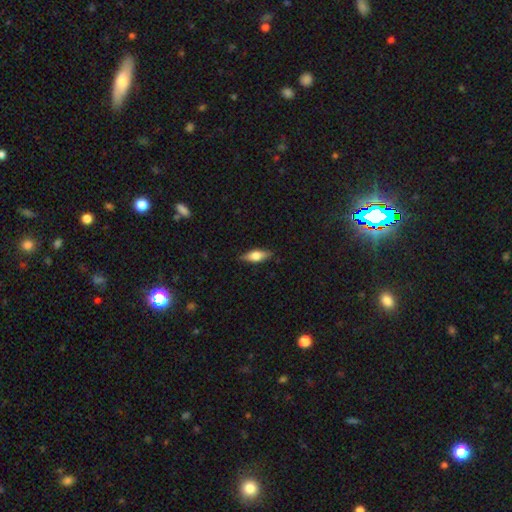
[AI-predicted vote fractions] Q: Smooth or featured?
A: smooth (56%); runner-up: featured or disk (37%)
Q: How rounded?
A: in between (64%); runner-up: cigar-shaped (33%)
Q: Merging?
A: none (85%); runner-up: minor disturbance (11%)